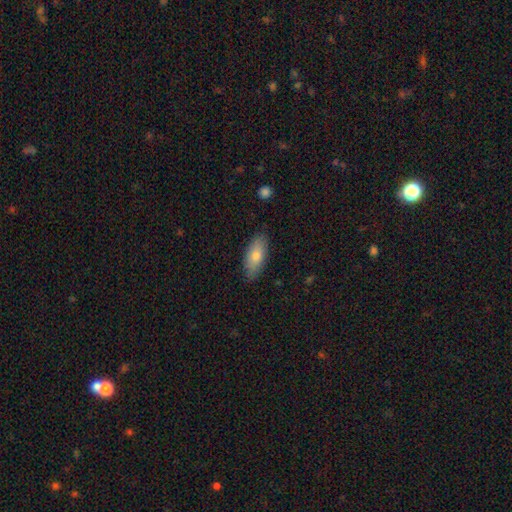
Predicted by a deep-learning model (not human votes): A smooth galaxy with no disk features (75%) that is in between round and cigar-shaped (80%). Merging: none (87%).